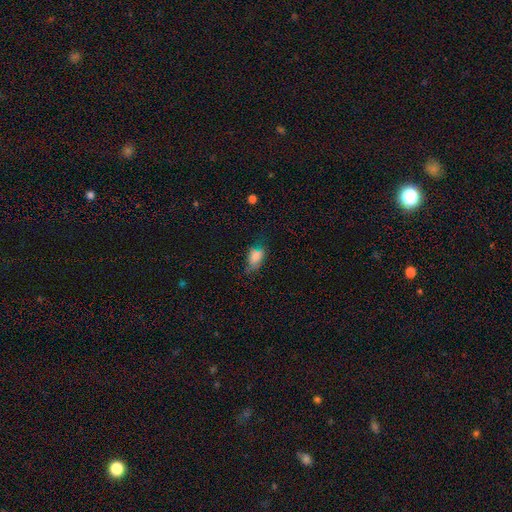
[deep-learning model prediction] The model was most divided on "merging": none: 46%, minor disturbance: 34%, major disturbance: 17%, merger: 3%. More confident: how rounded — in between (88%); smooth or featured — smooth (75%).